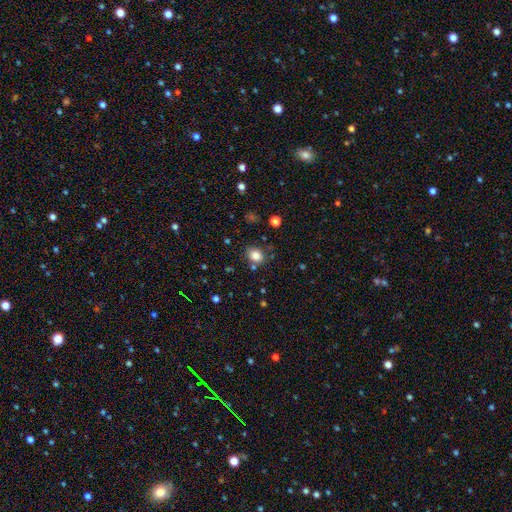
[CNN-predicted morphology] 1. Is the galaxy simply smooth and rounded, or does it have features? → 83% smooth, 11% star or artifact, 6% featured or disk.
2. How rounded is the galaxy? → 58% round, 41% in between, 1% cigar-shaped.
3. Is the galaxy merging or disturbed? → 77% none, 13% minor disturbance, 6% merger, 4% major disturbance.